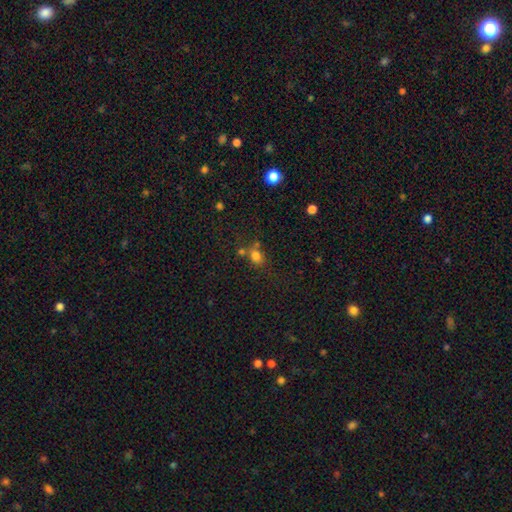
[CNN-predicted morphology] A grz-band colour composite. It shows a smooth galaxy with no disk features (75%) that is round (59%). Merging: none (53%).